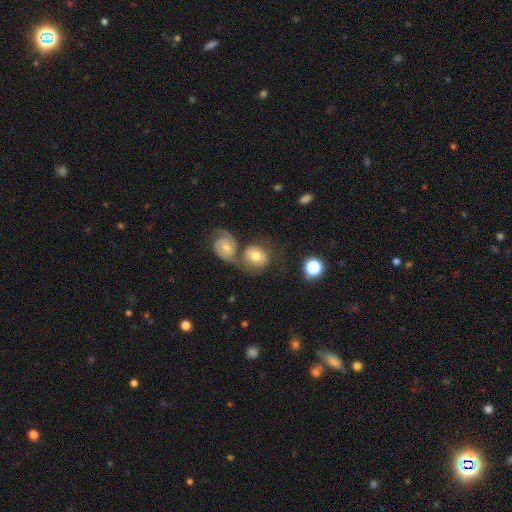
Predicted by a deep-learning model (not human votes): The model was most divided on "smooth or featured": smooth: 48%, featured or disk: 44%, star or artifact: 8%. Remaining: merging — merger (48%).